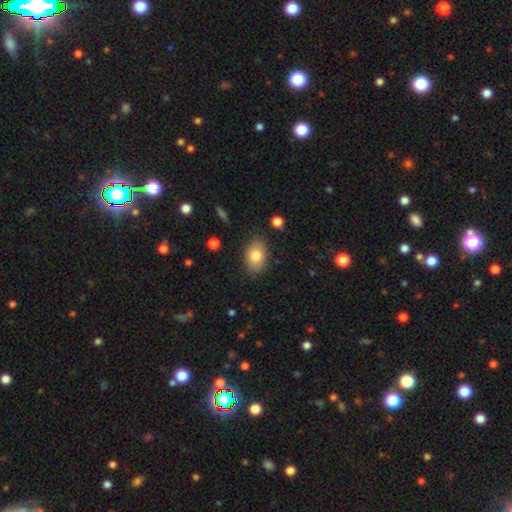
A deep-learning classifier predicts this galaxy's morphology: type=smooth (80%); roundness=in between (83%); merging=none (83%).